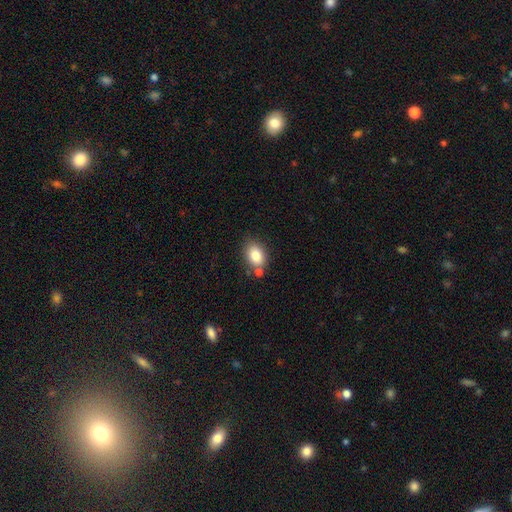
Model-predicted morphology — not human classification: Smooth or featured?
  - smooth: 82% *
  - featured or disk: 9%
  - star or artifact: 9%
How rounded?
  - in between: 72% *
  - round: 27%
  - cigar-shaped: 1%
Merging?
  - none: 68% *
  - minor disturbance: 14%
  - merger: 14%
  - major disturbance: 4%